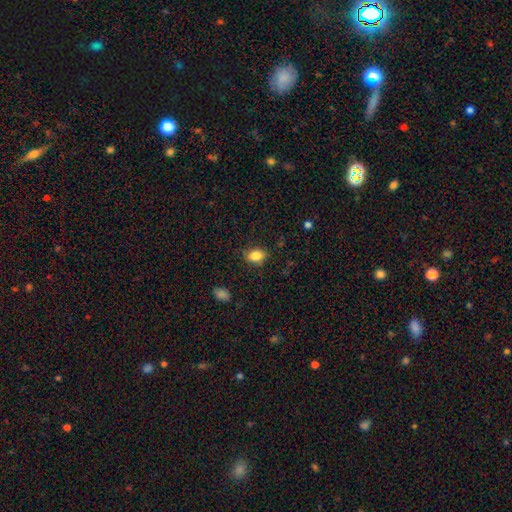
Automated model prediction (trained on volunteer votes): Smooth or featured? smooth (84%)
How rounded? in between (76%)
Merging? none (82%)